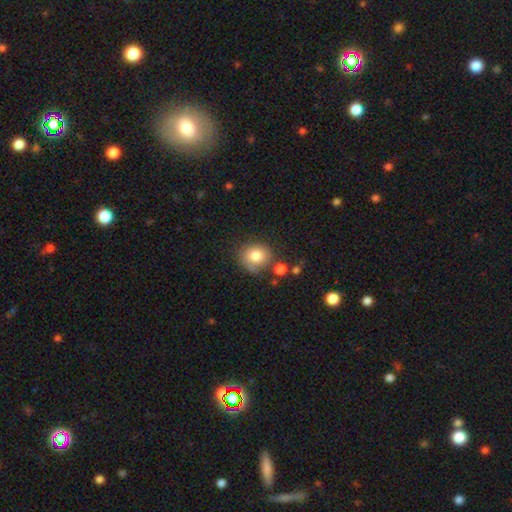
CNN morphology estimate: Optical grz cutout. It shows a smooth galaxy with no disk features (79%) that is round (79%). Merging: none (62%).